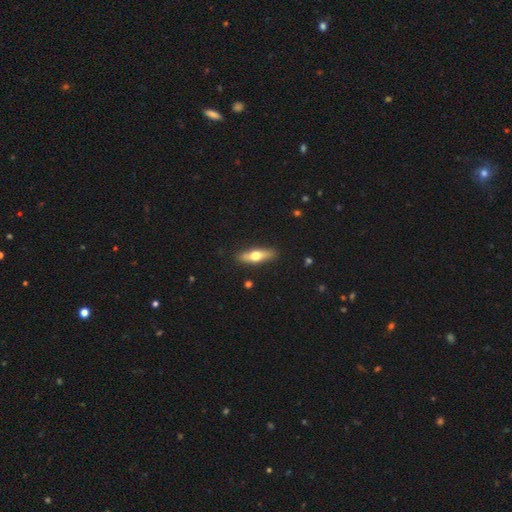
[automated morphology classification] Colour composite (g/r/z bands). It shows a smooth galaxy with no disk features (51%) that is cigar-shaped (59%). Merging: none (88%).